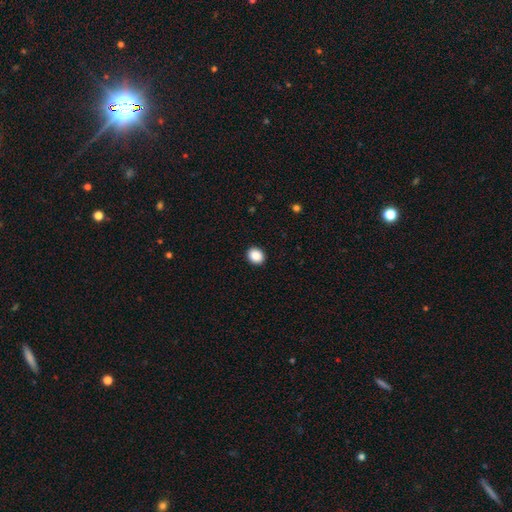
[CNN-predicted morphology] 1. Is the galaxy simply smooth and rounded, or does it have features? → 89% smooth, 8% star or artifact, 3% featured or disk.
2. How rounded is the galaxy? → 63% round, 37% in between, 1% cigar-shaped.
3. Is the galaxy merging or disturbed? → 92% none, 5% minor disturbance, 2% major disturbance, 1% merger.